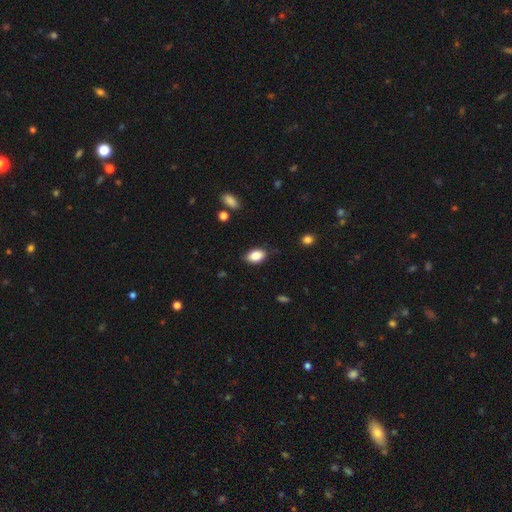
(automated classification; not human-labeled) A smooth galaxy with no disk features (85%) that is in between round and cigar-shaped (88%).

Vote fractions:
- Smooth or featured? smooth: 85% / star or artifact: 8% / featured or disk: 7%
- How rounded? in between: 88% / round: 11% / cigar-shaped: 2%
- Merging? none: 81% / minor disturbance: 14% / major disturbance: 3% / merger: 1%